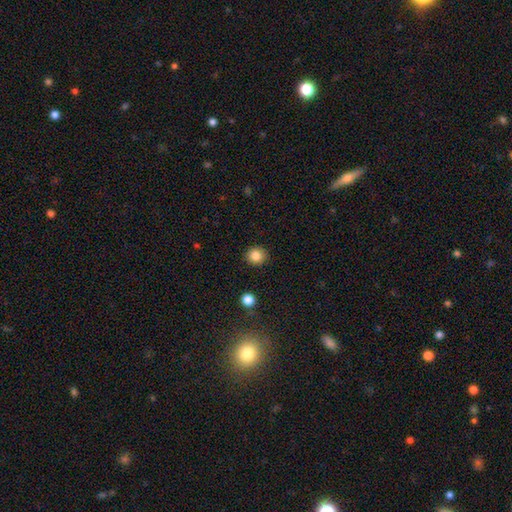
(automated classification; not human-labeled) A smooth galaxy with no disk features (85%) that is round (87%).

Vote fractions:
- Smooth or featured? smooth: 85% / star or artifact: 10% / featured or disk: 5%
- How rounded? round: 87% / in between: 12% / cigar-shaped: 1%
- Merging? none: 91% / minor disturbance: 6% / major disturbance: 2% / merger: 1%